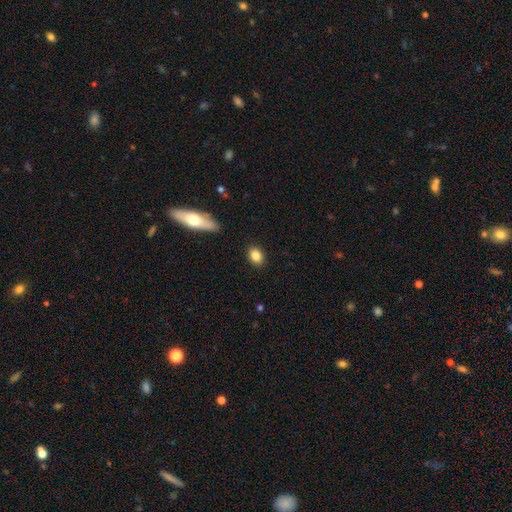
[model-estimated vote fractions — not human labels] smooth_or_featured: smooth (p=0.86) [alt: star or artifact p=0.08]
how_rounded: in between (p=0.68) [alt: round p=0.30]
merging: none (p=0.88) [alt: minor disturbance p=0.08]